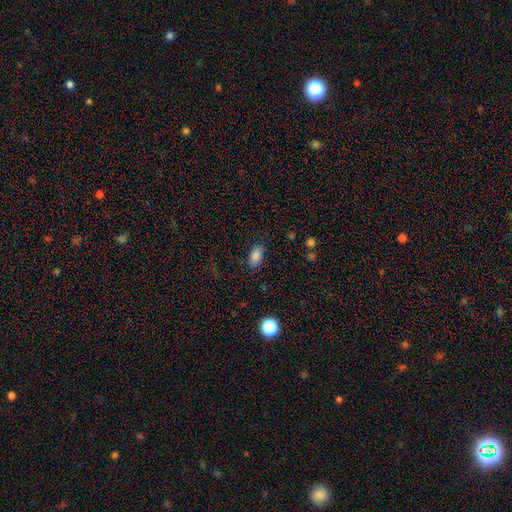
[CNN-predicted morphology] Overall: smooth (85%). How rounded: in between (91%). Merging: none (81%).